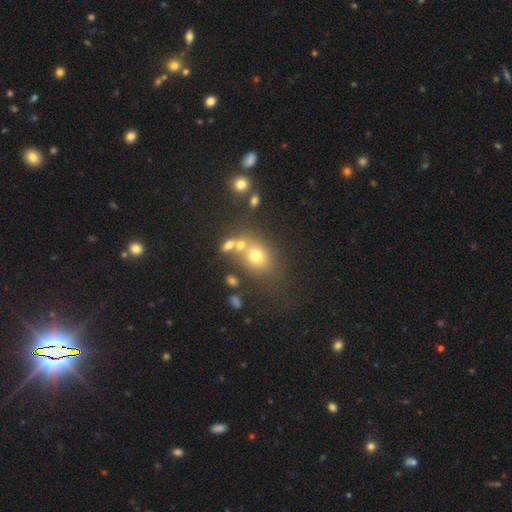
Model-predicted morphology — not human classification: A smooth galaxy with no disk features (68%) that is round (53%). Merging: none (53%).